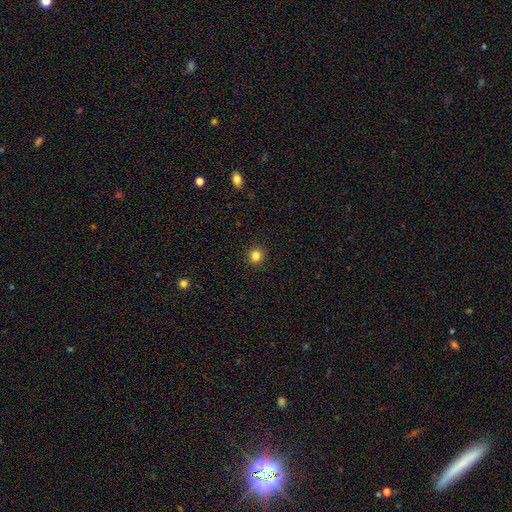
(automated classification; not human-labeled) A smooth galaxy with no disk features (83%) that is round (92%). Merging: none (93%).